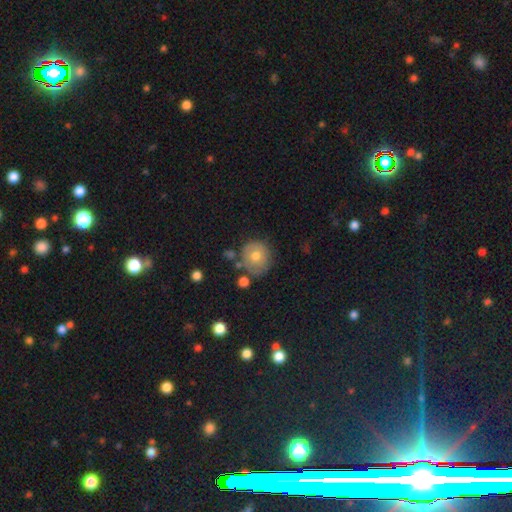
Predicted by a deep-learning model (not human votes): smooth 67%, featured or disk 24%, star or artifact 10%. Down the decision tree: how rounded — round (87%); merging — none (71%).